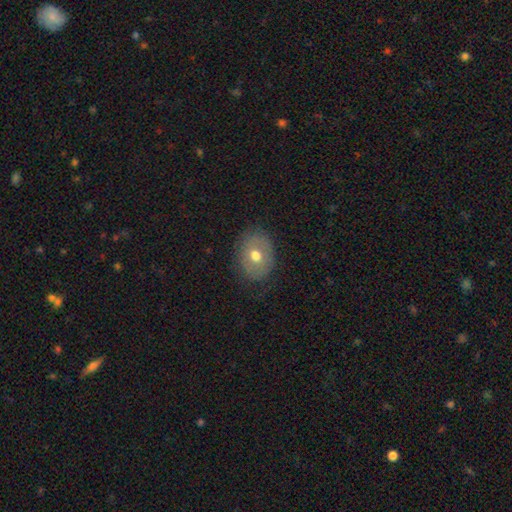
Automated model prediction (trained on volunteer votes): Smooth or featured: smooth — 62% (featured or disk — 29%)
How rounded: in between — 56% (round — 43%)
Merging: none — 79% (minor disturbance — 15%)